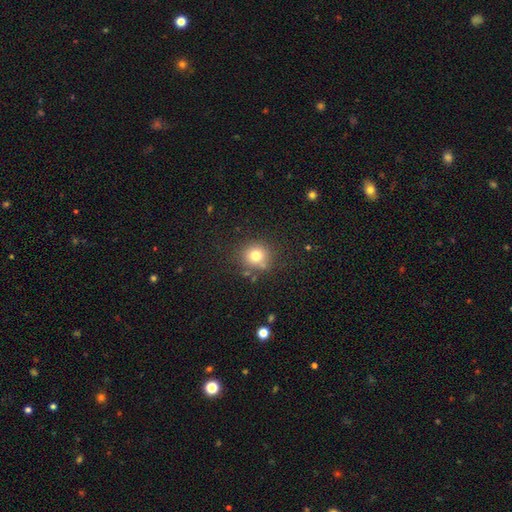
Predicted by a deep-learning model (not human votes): Smooth or featured?
  - smooth: 77% *
  - star or artifact: 15%
  - featured or disk: 9%
How rounded?
  - round: 90% *
  - in between: 9%
  - cigar-shaped: 1%
Merging?
  - none: 80% *
  - minor disturbance: 11%
  - merger: 5%
  - major disturbance: 4%